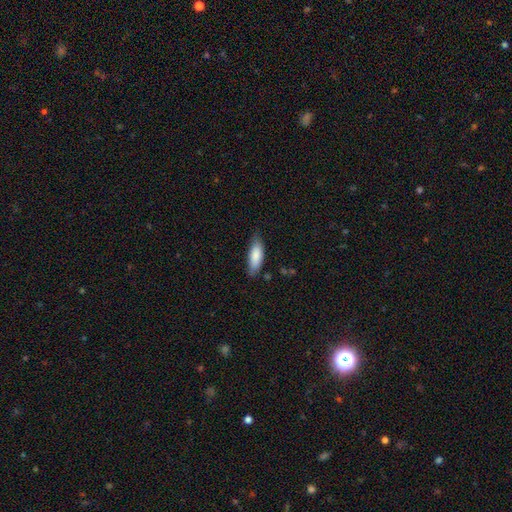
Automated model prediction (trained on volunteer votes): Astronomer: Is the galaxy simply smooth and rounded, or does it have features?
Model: smooth — 84%.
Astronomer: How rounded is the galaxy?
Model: in between — 68%.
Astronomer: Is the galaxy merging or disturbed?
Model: none — 73%.